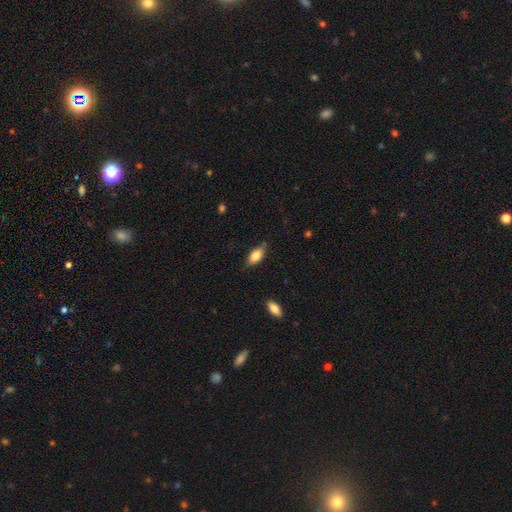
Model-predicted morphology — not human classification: Overall: smooth (80%). How rounded: in between (89%). Merging: none (75%).